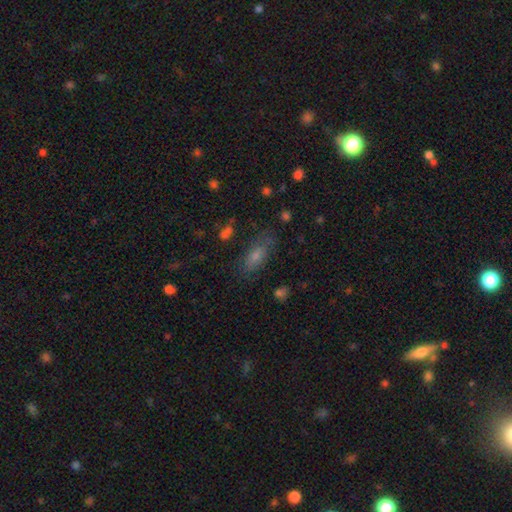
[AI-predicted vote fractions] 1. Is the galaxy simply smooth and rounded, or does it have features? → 61% smooth, 21% featured or disk, 18% star or artifact.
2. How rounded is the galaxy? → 74% in between, 21% cigar-shaped, 5% round.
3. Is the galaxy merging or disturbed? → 73% none, 18% minor disturbance, 7% major disturbance, 3% merger.